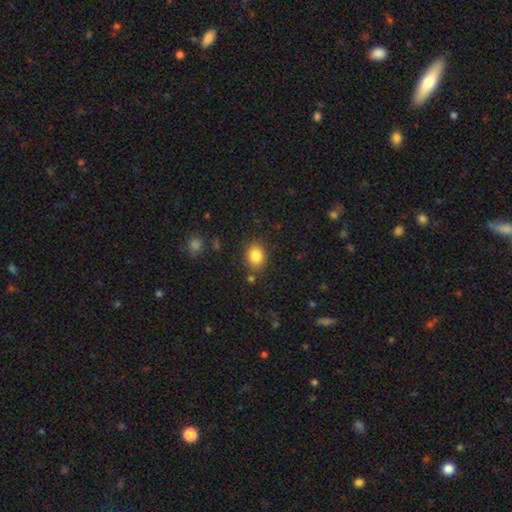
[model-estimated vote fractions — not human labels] Q: Smooth or featured?
A: smooth (85%); runner-up: star or artifact (10%)
Q: How rounded?
A: in between (52%); runner-up: round (47%)
Q: Merging?
A: none (81%); runner-up: minor disturbance (12%)